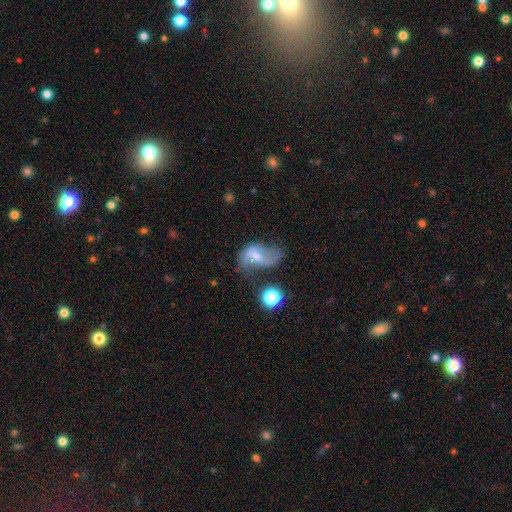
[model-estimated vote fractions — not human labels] Smooth or featured? Predicted: featured or disk (p=0.50). Edge-on disk? Predicted: no (p=0.95). Merging? Predicted: none (p=0.32, tied with major disturbance).